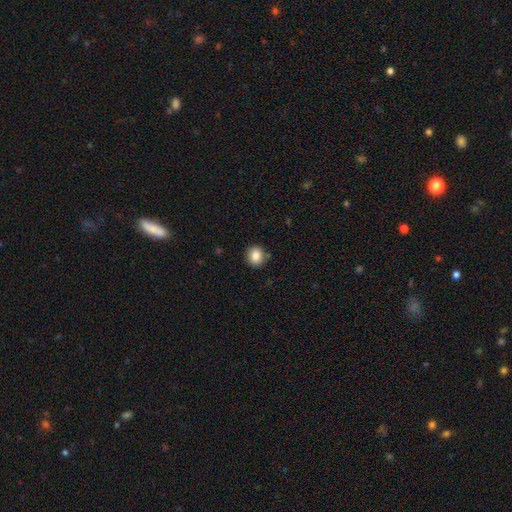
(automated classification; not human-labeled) Q: Smooth or featured?
A: smooth (84%); runner-up: star or artifact (9%)
Q: How rounded?
A: round (81%); runner-up: in between (18%)
Q: Merging?
A: none (87%); runner-up: minor disturbance (9%)